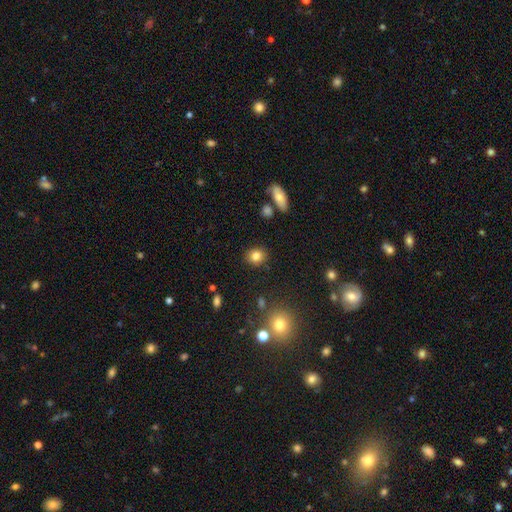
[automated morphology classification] The model was most divided on "how rounded": round: 74%, in between: 25%, cigar-shaped: 1%. More confident: merging — none (88%); smooth or featured — smooth (83%).